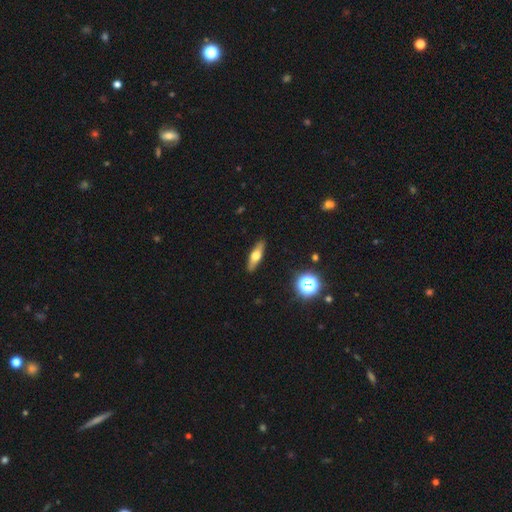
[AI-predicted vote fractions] Smooth or featured? smooth (48%)
Merging? none (89%)